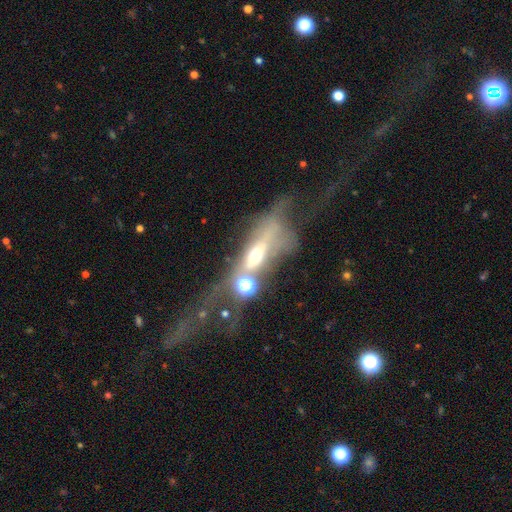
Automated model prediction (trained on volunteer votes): The model was most divided on "merging": major disturbance: 41%, merger: 36%, none: 14%, minor disturbance: 10%. More confident: edge-on disk — no (65%); smooth or featured — featured or disk (52%).